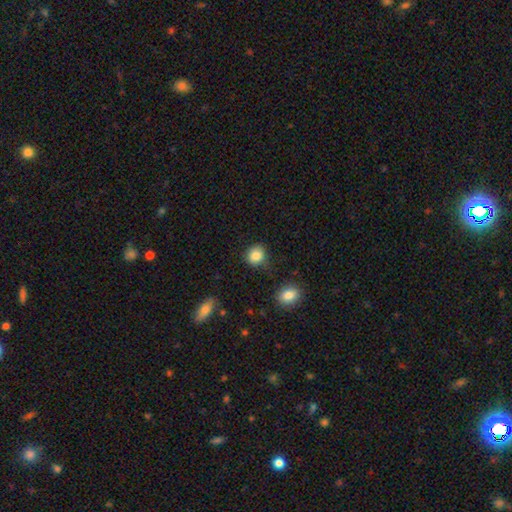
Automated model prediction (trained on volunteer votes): The model was most divided on "how rounded": round: 75%, in between: 24%, cigar-shaped: 1%. More confident: smooth or featured — smooth (86%); merging — none (74%).